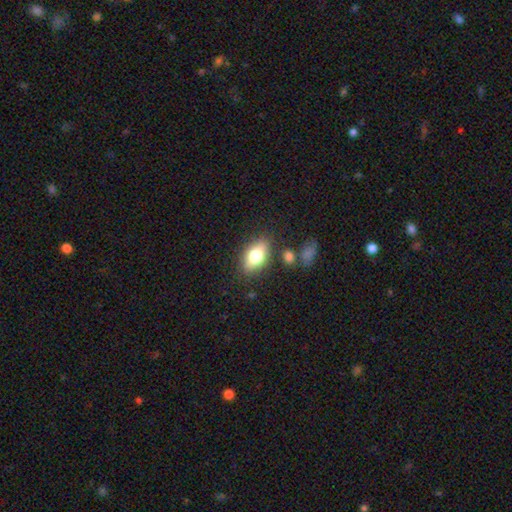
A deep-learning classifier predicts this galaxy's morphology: Overall: smooth (72%). How rounded: in between (85%). Merging: none (79%).